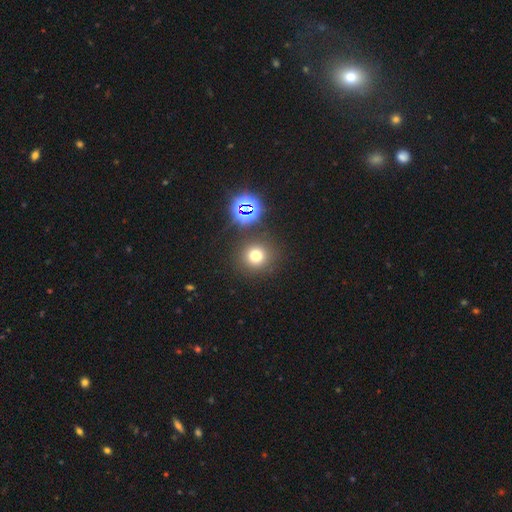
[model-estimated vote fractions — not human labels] A smooth galaxy with no disk features (70%) that is round (93%).

Vote fractions:
- Smooth or featured? smooth: 70% / star or artifact: 22% / featured or disk: 8%
- How rounded? round: 93% / in between: 6% / cigar-shaped: 1%
- Merging? none: 85% / minor disturbance: 7% / merger: 6% / major disturbance: 3%